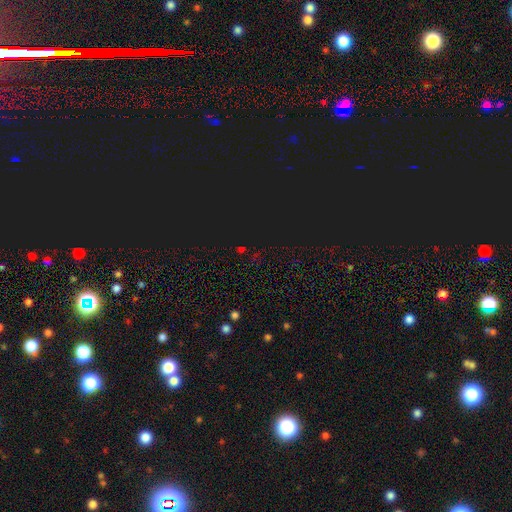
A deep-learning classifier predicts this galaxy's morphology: The model was most divided on "smooth or featured": star or artifact: 74%, smooth: 19%, featured or disk: 7%.